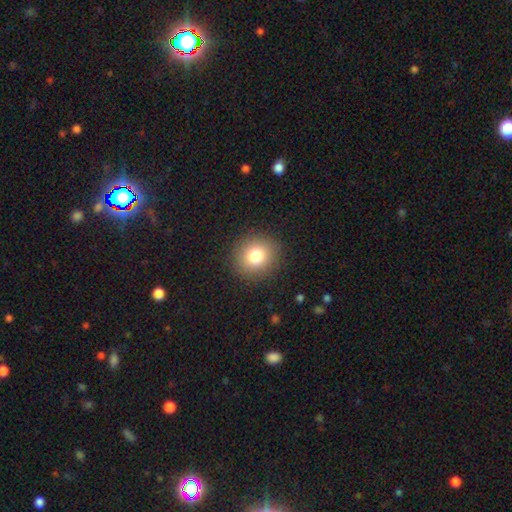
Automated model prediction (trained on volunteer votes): smooth_or_featured: smooth (p=0.80) [alt: star or artifact p=0.11]
how_rounded: round (p=0.88) [alt: in between p=0.11]
merging: none (p=0.90) [alt: minor disturbance p=0.06]